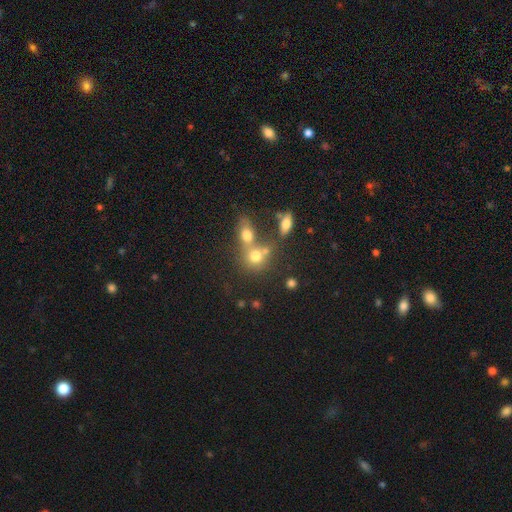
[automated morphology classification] smooth-or-featured: smooth: 70% | featured or disk: 16% | star or artifact: 14%
  how-rounded: round: 68% | in between: 30% | cigar-shaped: 2%
  merging: merger: 51% | none: 35% | minor disturbance: 9% | major disturbance: 5%